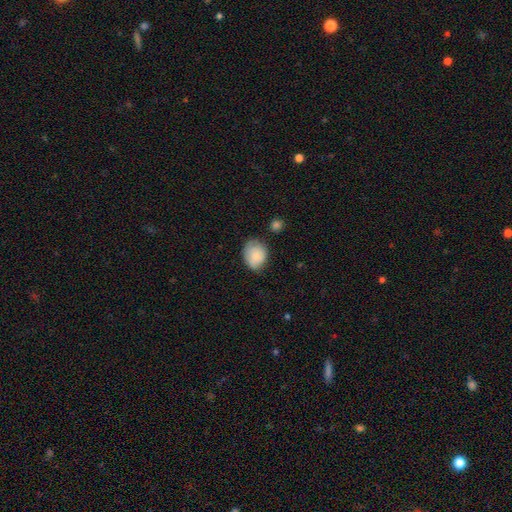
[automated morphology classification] Q: Smooth or featured?
A: smooth (82%); runner-up: featured or disk (11%)
Q: How rounded?
A: in between (54%); runner-up: round (45%)
Q: Merging?
A: none (57%); runner-up: minor disturbance (34%)